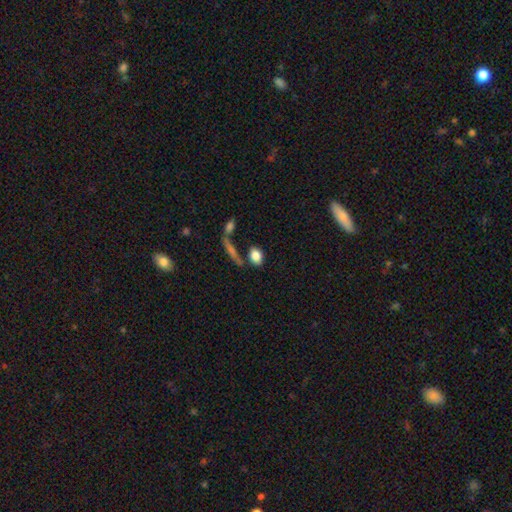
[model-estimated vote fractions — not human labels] Q: Smooth or featured?
A: smooth (83%); runner-up: featured or disk (9%)
Q: How rounded?
A: in between (76%); runner-up: round (18%)
Q: Merging?
A: none (63%); runner-up: merger (16%)